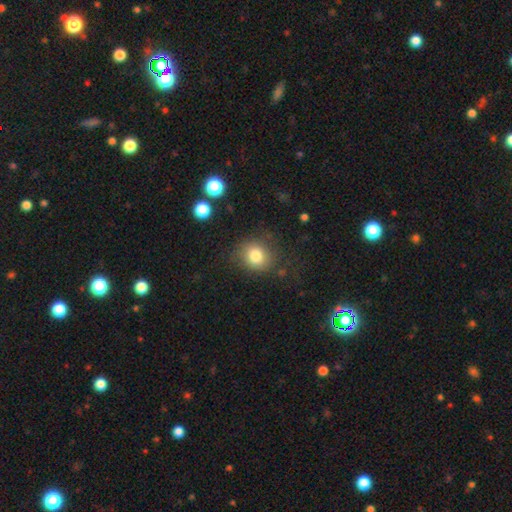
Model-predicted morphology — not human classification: Smooth or featured: smooth — 80% (star or artifact — 11%)
How rounded: round — 72% (in between — 27%)
Merging: none — 76% (minor disturbance — 15%)